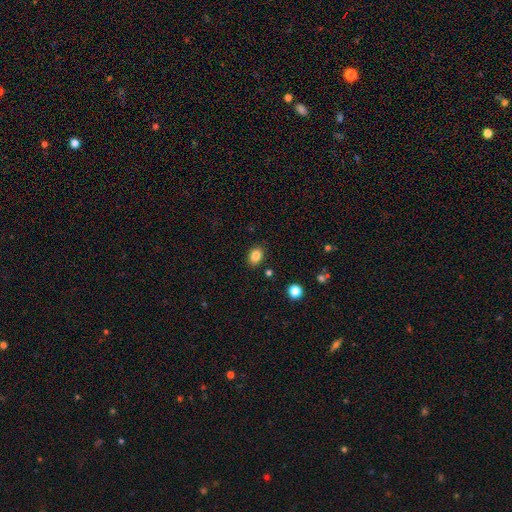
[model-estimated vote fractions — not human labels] Q: Smooth or featured?
A: smooth (85%); runner-up: star or artifact (10%)
Q: How rounded?
A: in between (66%); runner-up: round (33%)
Q: Merging?
A: none (87%); runner-up: minor disturbance (9%)